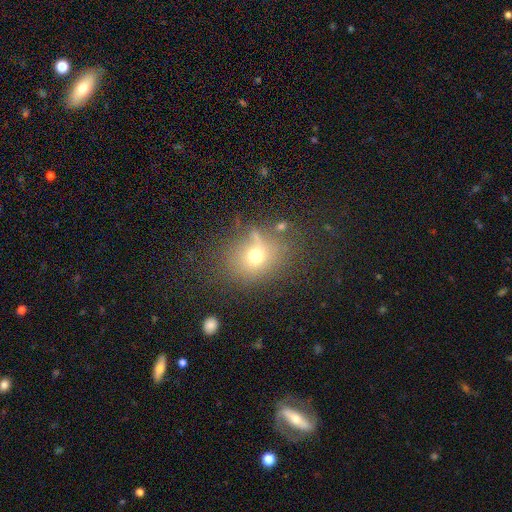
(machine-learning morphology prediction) Q: Smooth or featured?
A: smooth (64%); runner-up: star or artifact (20%)
Q: How rounded?
A: round (67%); runner-up: in between (32%)
Q: Merging?
A: none (63%); runner-up: minor disturbance (18%)